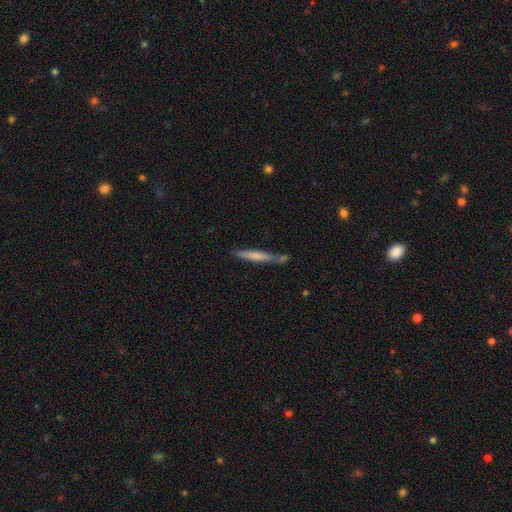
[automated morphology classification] This appears to be a smooth galaxy with no disk features (61%) that is cigar-shaped (94%). Merging: none (67%).